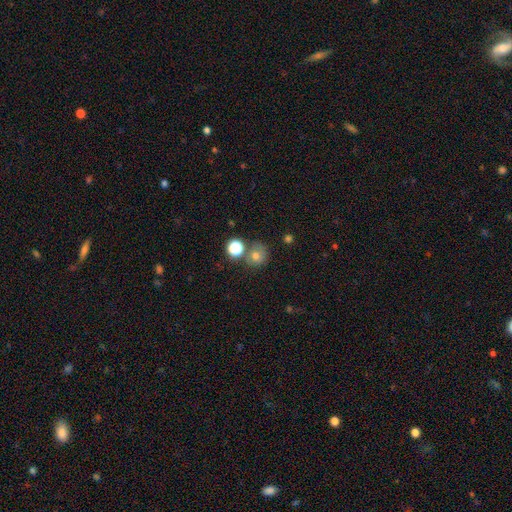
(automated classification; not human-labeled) Smooth or featured?
  - smooth: 71% *
  - star or artifact: 18%
  - featured or disk: 10%
How rounded?
  - round: 84% *
  - in between: 15%
  - cigar-shaped: 1%
Merging?
  - none: 64% *
  - merger: 20%
  - minor disturbance: 11%
  - major disturbance: 5%